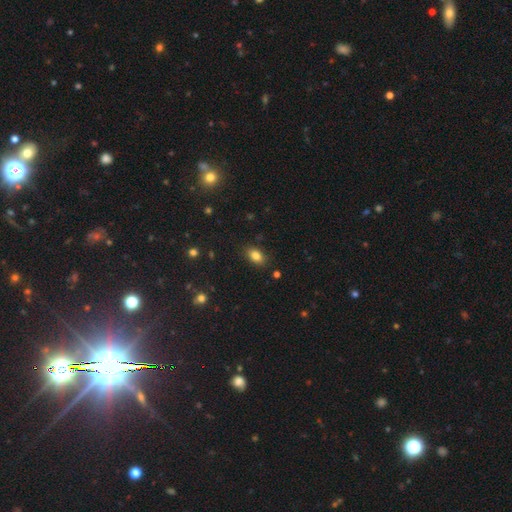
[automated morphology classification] A smooth galaxy with no disk features (83%) that is in between round and cigar-shaped (86%). Merging: none (85%).